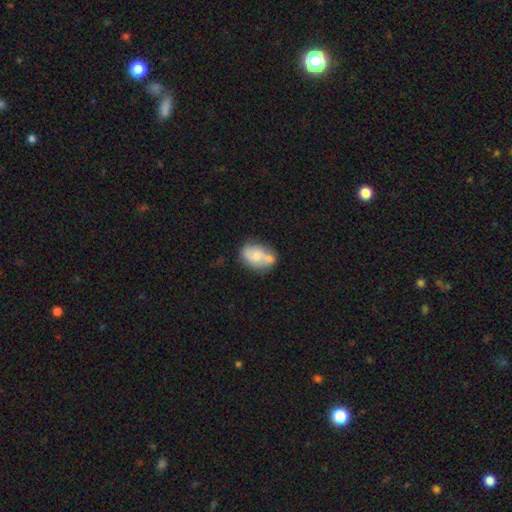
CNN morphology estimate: A smooth galaxy with no disk features (62%) that is in between round and cigar-shaped (78%).

Vote fractions:
- Smooth or featured? smooth: 62% / featured or disk: 30% / star or artifact: 7%
- How rounded? in between: 78% / round: 21% / cigar-shaped: 2%
- Merging? merger: 41% / none: 35% / minor disturbance: 17% / major disturbance: 6%